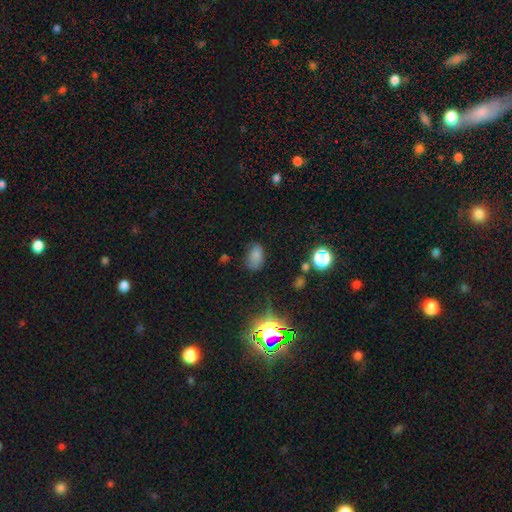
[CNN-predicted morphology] Smooth or featured: smooth — 75% (star or artifact — 18%)
How rounded: in between — 90% (round — 8%)
Merging: none — 64% (minor disturbance — 25%)